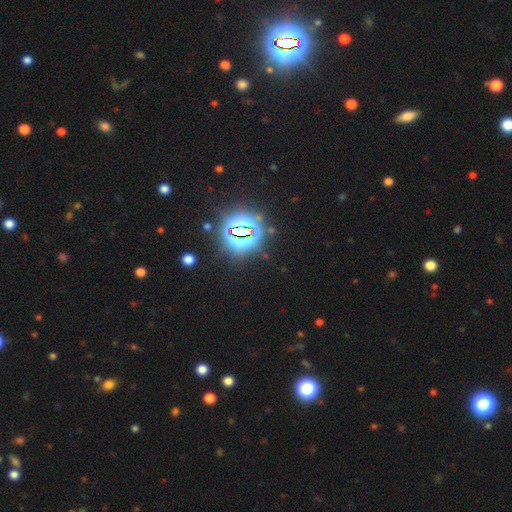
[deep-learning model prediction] Smooth or featured? Predicted: star or artifact (p=0.85).